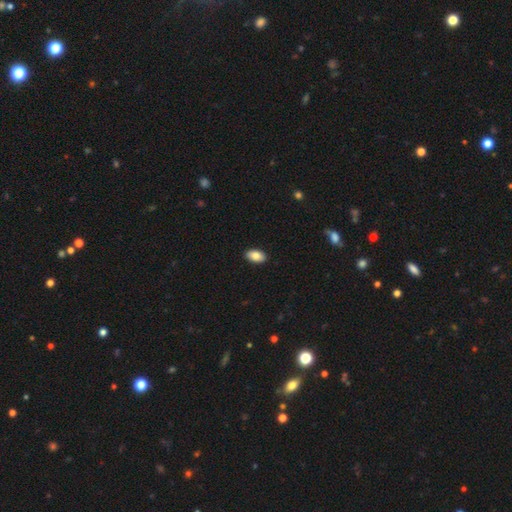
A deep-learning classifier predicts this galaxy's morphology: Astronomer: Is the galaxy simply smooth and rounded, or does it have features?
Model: smooth — 84%.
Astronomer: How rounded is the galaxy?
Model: in between — 94%.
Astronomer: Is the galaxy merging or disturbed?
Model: none — 90%.